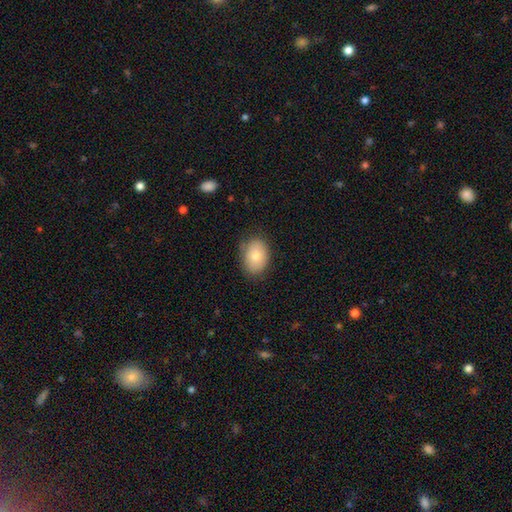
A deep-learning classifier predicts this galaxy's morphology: type=smooth (77%); roundness=in between (76%); merging=none (80%).